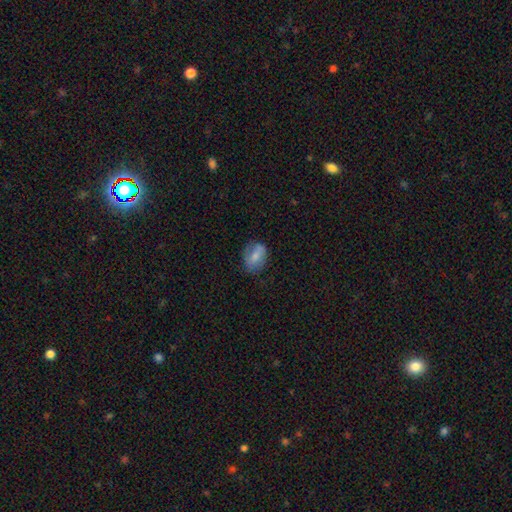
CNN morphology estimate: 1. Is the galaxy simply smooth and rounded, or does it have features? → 62% smooth, 30% featured or disk, 8% star or artifact.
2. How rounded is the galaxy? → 72% in between, 26% round, 2% cigar-shaped.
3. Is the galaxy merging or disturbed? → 66% none, 23% minor disturbance, 9% major disturbance, 2% merger.